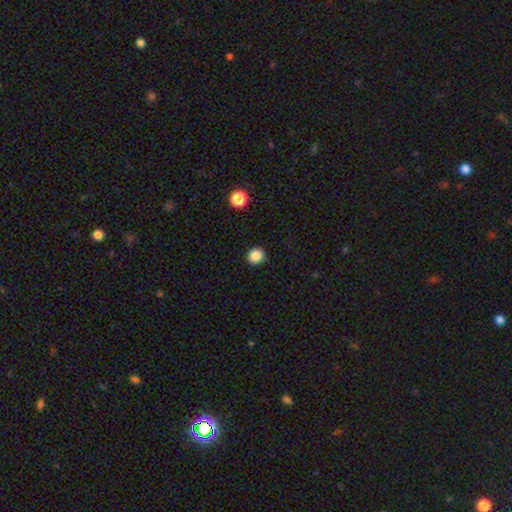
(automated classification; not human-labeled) Overall: smooth (86%). How rounded: round (90%). Merging: none (91%).